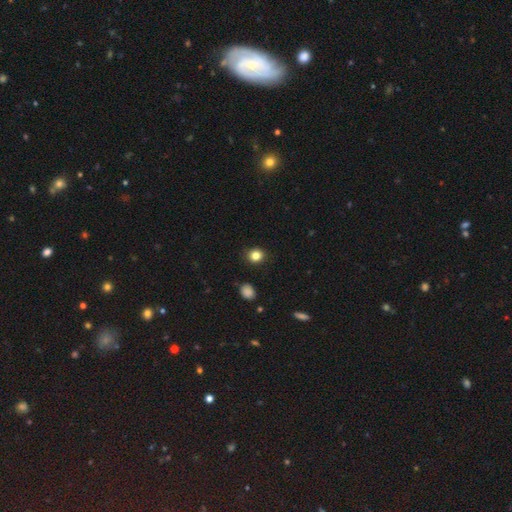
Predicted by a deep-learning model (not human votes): This is clearly a smooth galaxy (83%). How rounded: likely round (77%). Merging: clearly none (89%).